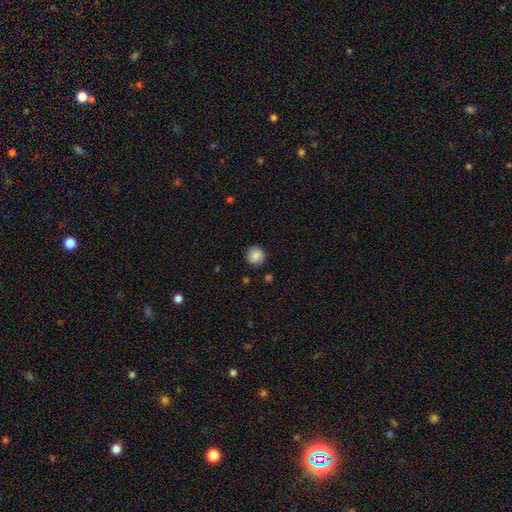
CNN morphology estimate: A smooth galaxy with no disk features (86%) that is round (93%).

Vote fractions:
- Smooth or featured? smooth: 86% / star or artifact: 8% / featured or disk: 6%
- How rounded? round: 93% / in between: 6% / cigar-shaped: 1%
- Merging? none: 85% / minor disturbance: 10% / major disturbance: 3% / merger: 2%